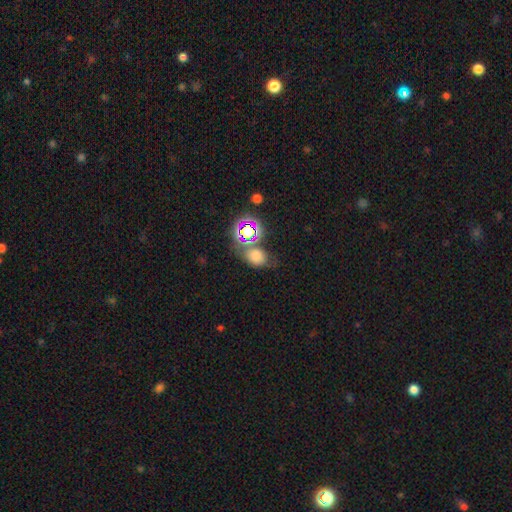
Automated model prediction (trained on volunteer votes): Smooth or featured? Predicted: smooth (p=0.64). How rounded? Predicted: in between (p=0.60). Merging? Predicted: none (p=0.57).